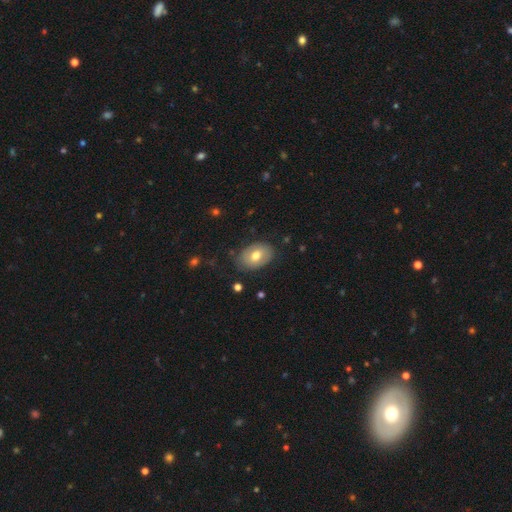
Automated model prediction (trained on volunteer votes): Smooth or featured? Predicted: smooth (p=0.65). How rounded? Predicted: in between (p=0.81). Merging? Predicted: none (p=0.80).